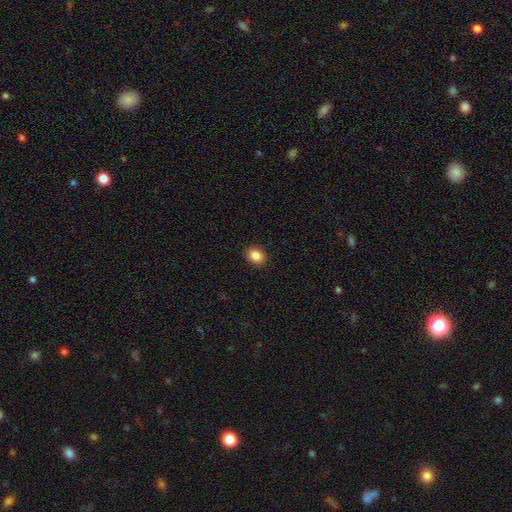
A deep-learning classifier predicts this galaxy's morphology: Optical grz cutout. It shows a smooth galaxy with no disk features (87%) that is in between round and cigar-shaped (56%). Merging: none (91%).